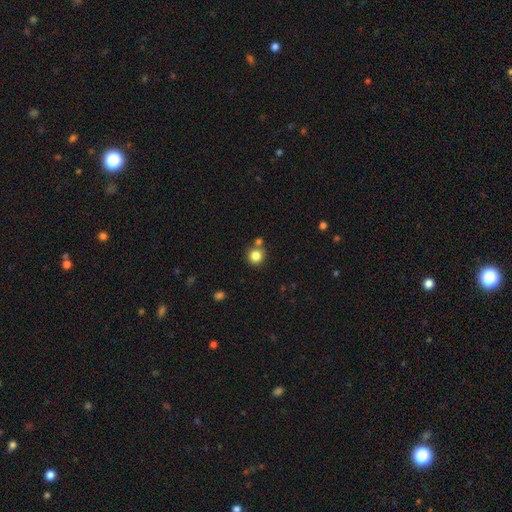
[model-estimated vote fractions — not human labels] Smooth or featured? Predicted: smooth (p=0.83). How rounded? Predicted: round (p=0.92). Merging? Predicted: none (p=0.74).